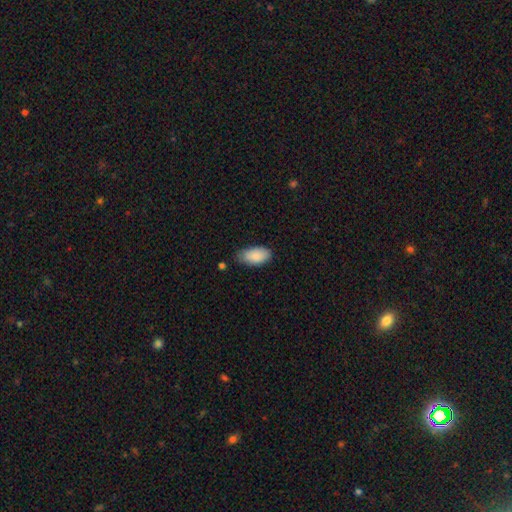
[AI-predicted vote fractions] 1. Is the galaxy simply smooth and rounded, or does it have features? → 88% smooth, 6% star or artifact, 6% featured or disk.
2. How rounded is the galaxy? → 94% in between, 4% cigar-shaped, 3% round.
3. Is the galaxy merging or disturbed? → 67% none, 26% minor disturbance, 4% major disturbance, 2% merger.